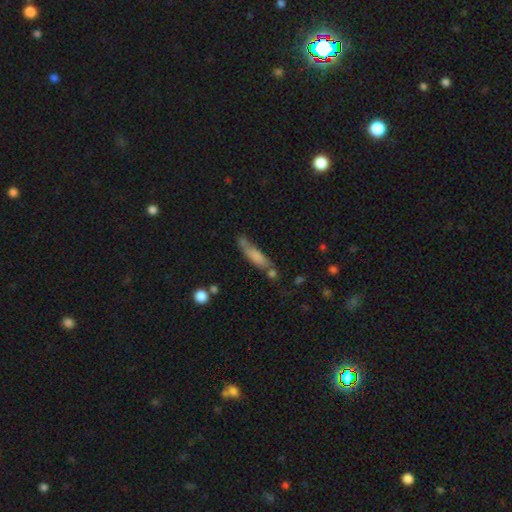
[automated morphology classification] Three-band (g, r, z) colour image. It shows a smooth galaxy with no disk features (72%) that is cigar-shaped (75%). Merging: none (53%).